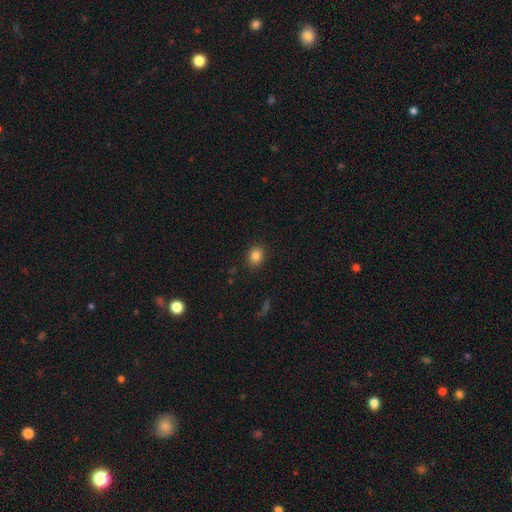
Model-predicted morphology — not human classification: Smooth or featured?
  - smooth: 84% *
  - star or artifact: 11%
  - featured or disk: 5%
How rounded?
  - round: 62% *
  - in between: 37%
  - cigar-shaped: 1%
Merging?
  - none: 89% *
  - minor disturbance: 8%
  - major disturbance: 2%
  - merger: 1%